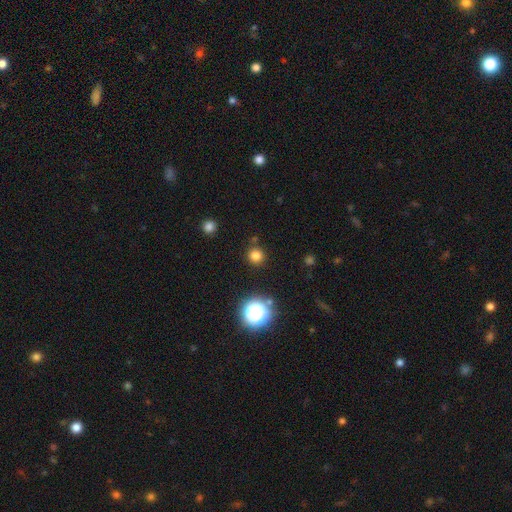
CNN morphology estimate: Q: Smooth or featured?
A: smooth (77%); runner-up: star or artifact (18%)
Q: How rounded?
A: round (94%); runner-up: in between (5%)
Q: Merging?
A: none (89%); runner-up: minor disturbance (6%)